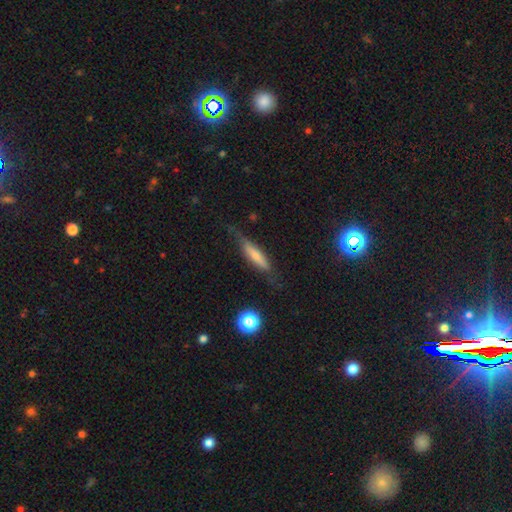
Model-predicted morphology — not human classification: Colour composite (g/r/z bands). It shows a smooth galaxy with no disk features (58%) that is cigar-shaped (79%). Merging: none (67%).